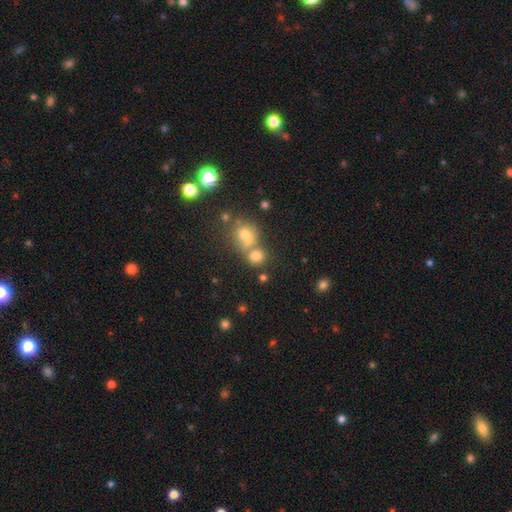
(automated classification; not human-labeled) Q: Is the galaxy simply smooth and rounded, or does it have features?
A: smooth — 75%.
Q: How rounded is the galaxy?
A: round — 79%.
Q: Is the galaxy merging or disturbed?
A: none — 50%.